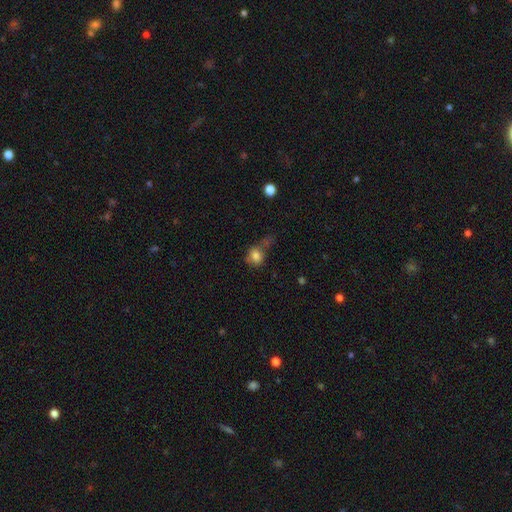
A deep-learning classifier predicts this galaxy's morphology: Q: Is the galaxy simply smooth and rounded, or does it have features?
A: smooth — 77%.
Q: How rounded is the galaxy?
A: round — 59%.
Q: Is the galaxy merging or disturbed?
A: none — 31%.